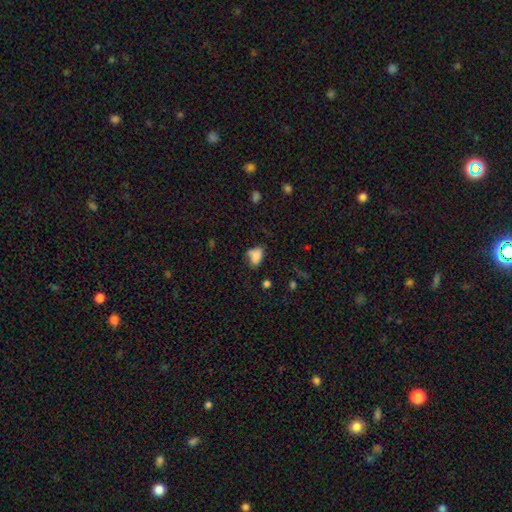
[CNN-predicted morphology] A smooth galaxy with no disk features (78%) that is in between round and cigar-shaped (80%). Merging: none (42%).